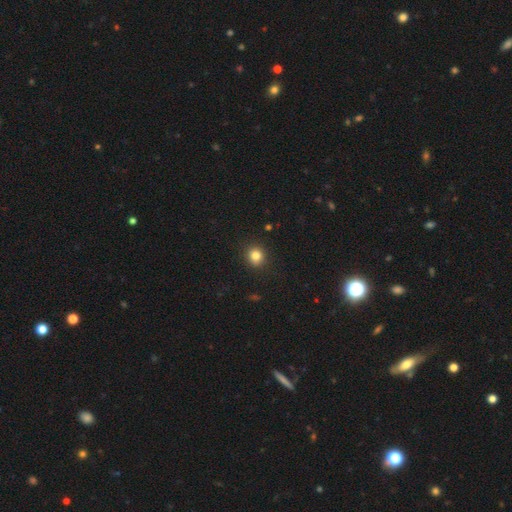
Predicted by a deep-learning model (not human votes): smooth_or_featured: smooth (p=0.83) [alt: star or artifact p=0.12]
how_rounded: round (p=0.85) [alt: in between p=0.14]
merging: none (p=0.90) [alt: minor disturbance p=0.07]